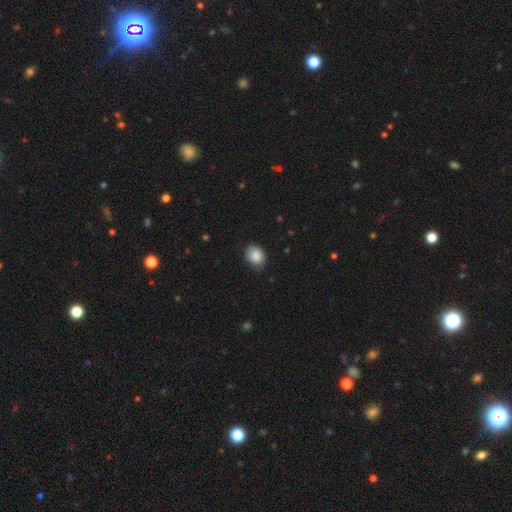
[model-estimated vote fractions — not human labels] This is clearly a smooth galaxy (87%). How rounded: possibly in between (55%). Merging: likely none (78%).